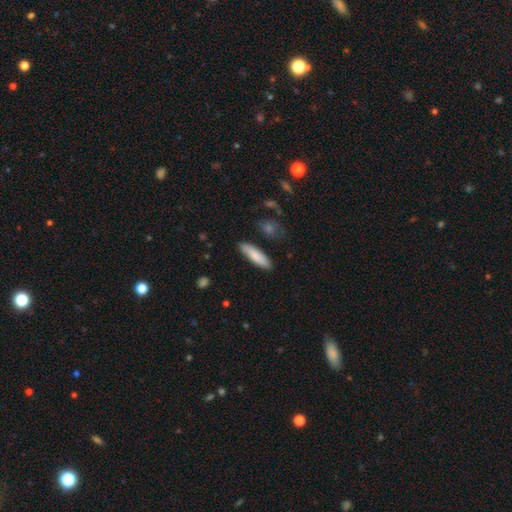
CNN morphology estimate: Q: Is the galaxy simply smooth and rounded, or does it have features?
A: smooth — 79%.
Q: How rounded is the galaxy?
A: cigar-shaped — 68%.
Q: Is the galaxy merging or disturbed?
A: none — 83%.